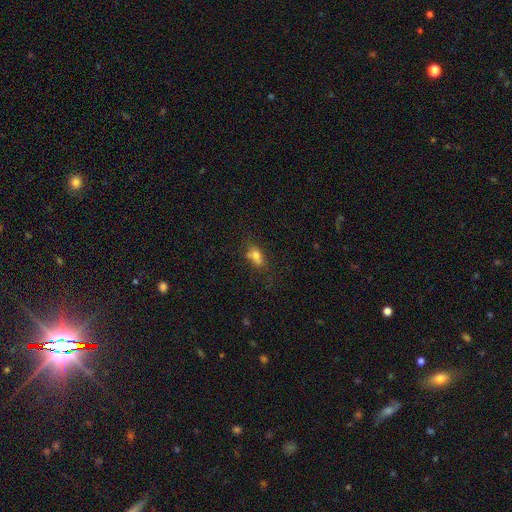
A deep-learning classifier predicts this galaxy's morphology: smooth 68%, featured or disk 17%, star or artifact 15%. Down the decision tree: how rounded — in between (74%); merging — none (47%).